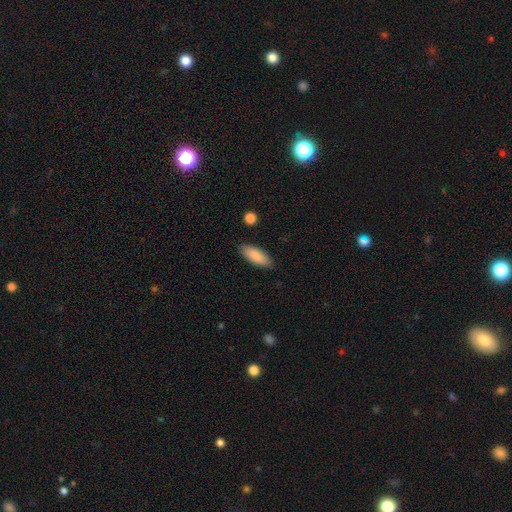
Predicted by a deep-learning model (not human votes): The model was most divided on "how rounded": in between: 75%, cigar-shaped: 23%, round: 2%. More confident: smooth or featured — smooth (88%); merging — none (87%).